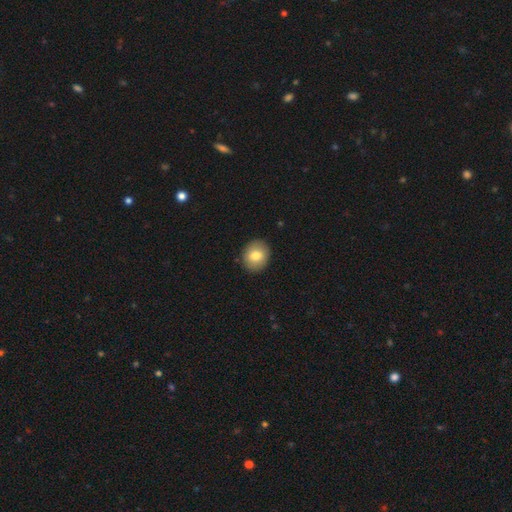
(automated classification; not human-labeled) Q: Smooth or featured?
A: smooth (78%); runner-up: featured or disk (14%)
Q: How rounded?
A: round (68%); runner-up: in between (31%)
Q: Merging?
A: none (90%); runner-up: minor disturbance (7%)